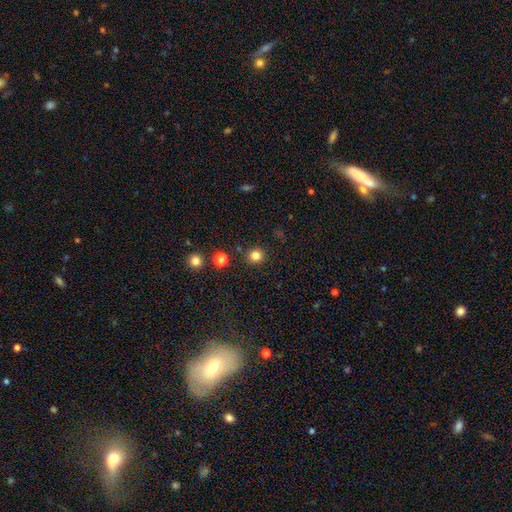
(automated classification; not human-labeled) Smooth or featured?
  - smooth: 82% *
  - star or artifact: 13%
  - featured or disk: 4%
How rounded?
  - round: 91% *
  - in between: 8%
  - cigar-shaped: 1%
Merging?
  - none: 89% *
  - minor disturbance: 6%
  - merger: 3%
  - major disturbance: 2%